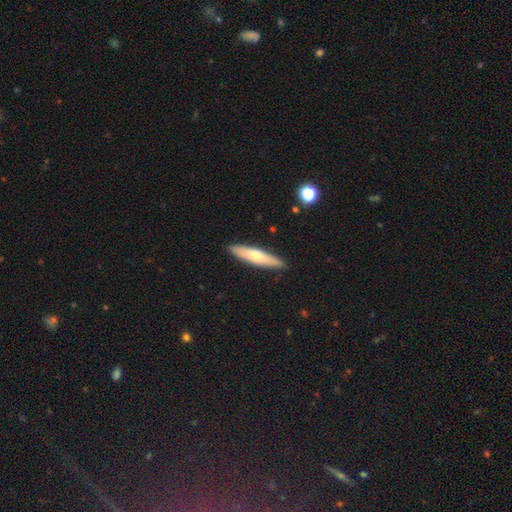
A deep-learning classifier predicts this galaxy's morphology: A smooth galaxy with no disk features (58%) that is cigar-shaped (84%).

Vote fractions:
- Smooth or featured? smooth: 58% / featured or disk: 36% / star or artifact: 5%
- How rounded? cigar-shaped: 84% / in between: 15% / round: 1%
- Merging? none: 90% / minor disturbance: 7% / major disturbance: 2% / merger: 1%